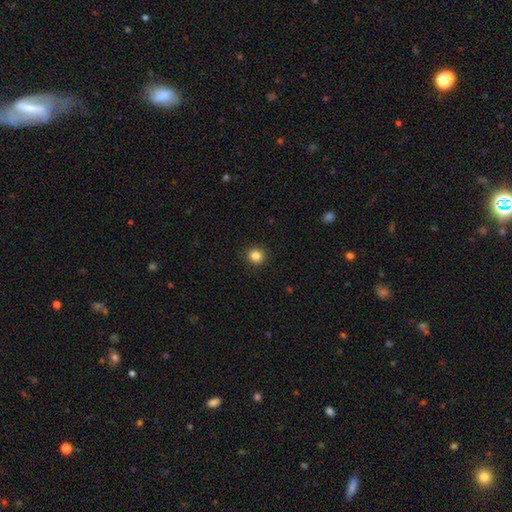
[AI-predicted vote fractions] A smooth galaxy with no disk features (85%) that is round (92%). Merging: none (92%).